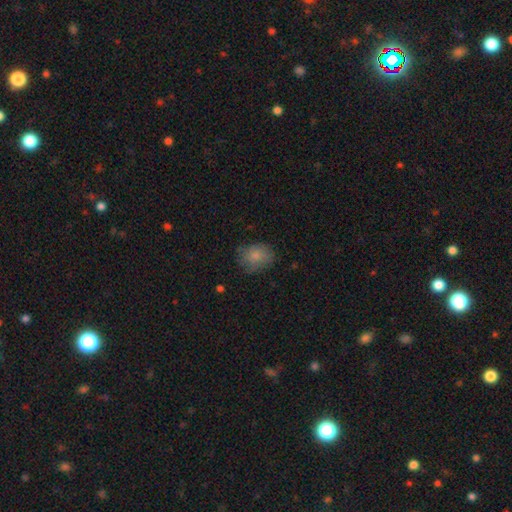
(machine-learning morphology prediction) smooth_or_featured: smooth (p=0.80) [alt: featured or disk p=0.11]
how_rounded: round (p=0.54) [alt: in between p=0.45]
merging: none (p=0.67) [alt: minor disturbance p=0.24]